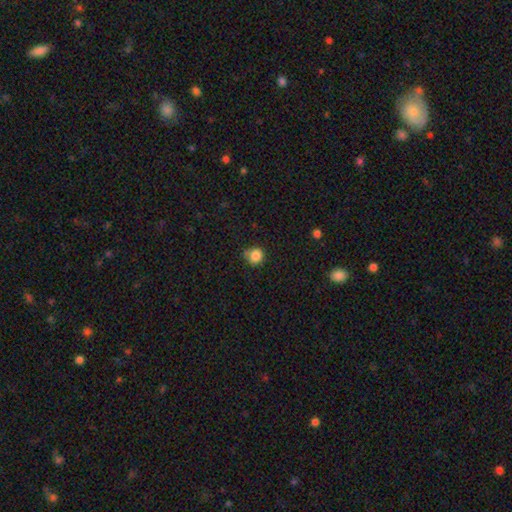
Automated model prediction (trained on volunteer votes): Smooth or featured? smooth (84%)
How rounded? round (88%)
Merging? none (70%)